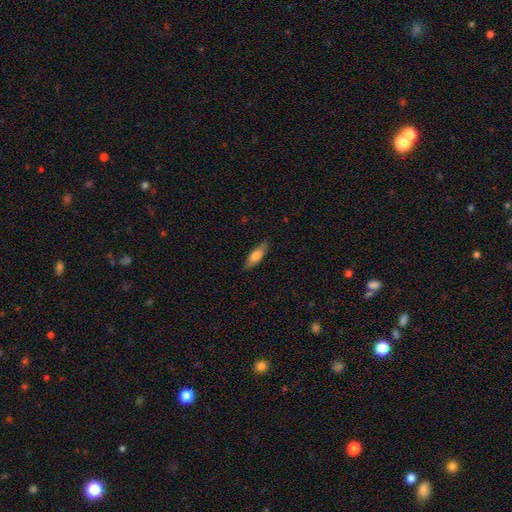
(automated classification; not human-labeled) Smooth or featured? smooth (70%)
How rounded? in between (53%)
Merging? none (85%)